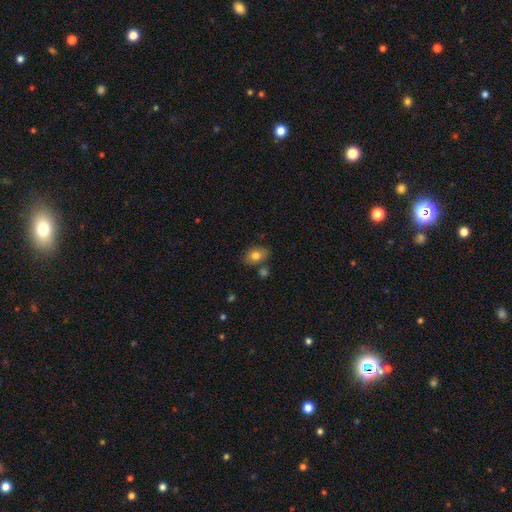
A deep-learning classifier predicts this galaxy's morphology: This appears to be a smooth galaxy with no disk features (79%) that is in between round and cigar-shaped (83%). Merging: none (72%).